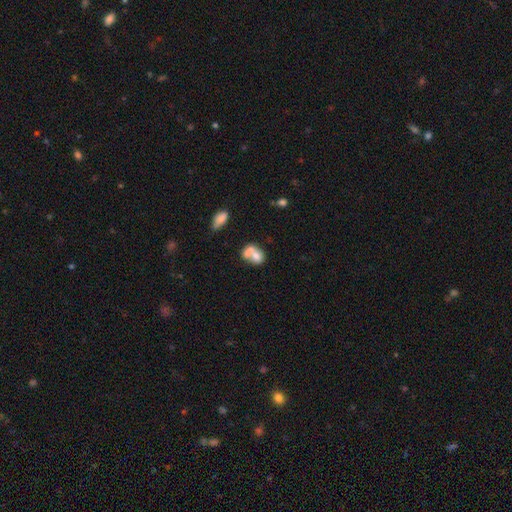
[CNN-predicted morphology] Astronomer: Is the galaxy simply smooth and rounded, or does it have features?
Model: smooth — 65%.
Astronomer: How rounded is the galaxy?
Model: in between — 63%.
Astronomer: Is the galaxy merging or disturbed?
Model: merger — 65%.